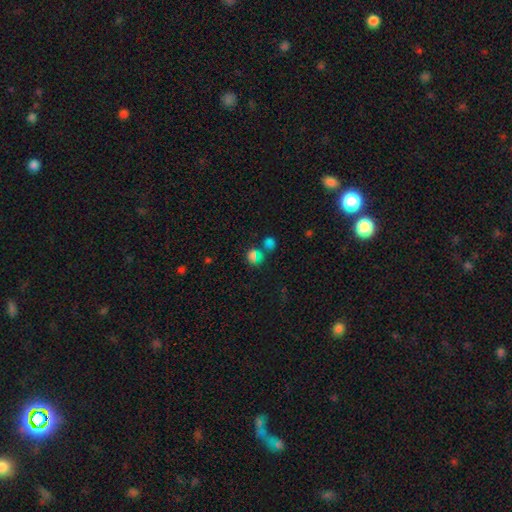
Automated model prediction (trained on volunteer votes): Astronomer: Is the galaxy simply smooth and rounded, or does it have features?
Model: smooth — 61%.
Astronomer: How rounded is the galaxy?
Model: round — 71%.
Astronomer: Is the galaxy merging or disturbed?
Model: none — 59%.